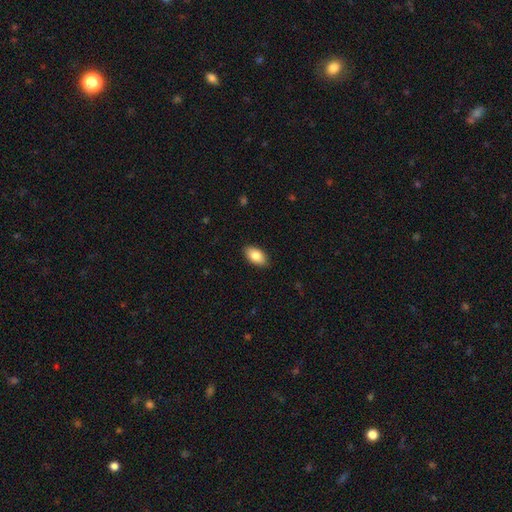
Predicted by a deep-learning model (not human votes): The model was most divided on "smooth or featured": smooth: 83%, featured or disk: 10%, star or artifact: 7%. More confident: how rounded — in between (93%); merging — none (88%).